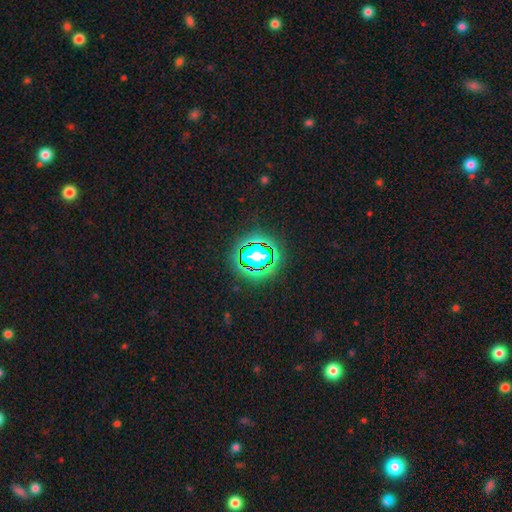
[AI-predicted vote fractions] Smooth or featured: star or artifact — 62% (smooth — 25%)